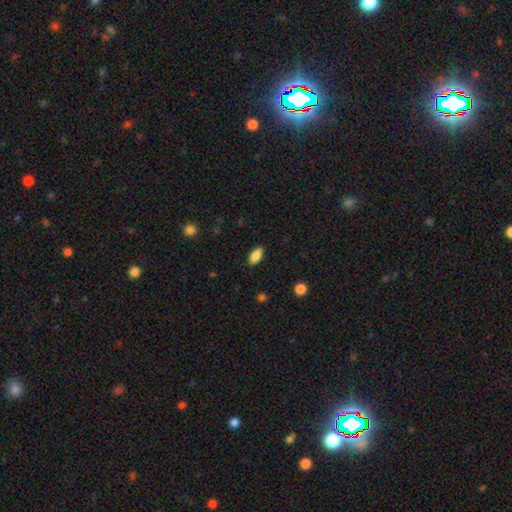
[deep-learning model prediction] A smooth galaxy with no disk features (88%) that is in between round and cigar-shaped (91%).

Vote fractions:
- Smooth or featured? smooth: 88% / star or artifact: 8% / featured or disk: 5%
- How rounded? in between: 91% / cigar-shaped: 5% / round: 3%
- Merging? none: 88% / minor disturbance: 9% / major disturbance: 2% / merger: 1%